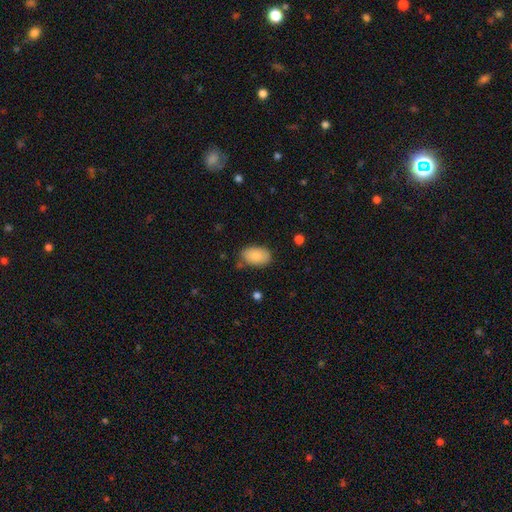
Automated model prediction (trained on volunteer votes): Smooth or featured? Predicted: smooth (p=0.84). How rounded? Predicted: in between (p=0.92). Merging? Predicted: none (p=0.81).